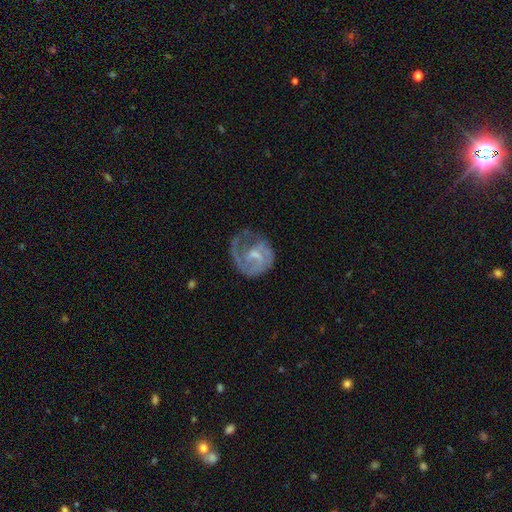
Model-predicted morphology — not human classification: type=featured or disk (75%); edge-on=no (98%); bar=weak (53%); spiral arms=yes (87%); winding=medium (42%); arm count=1 (44%); bulge=small (38%); merging=none (50%).